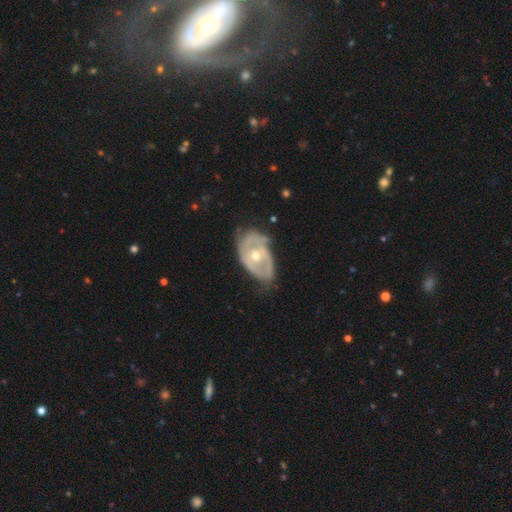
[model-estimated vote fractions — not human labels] Smooth or featured? Predicted: featured or disk (p=0.78). Edge-on disk? Predicted: no (p=0.94). Bar? Predicted: no (p=0.72). Spiral arms? Predicted: yes (p=0.70). Spiral winding? Predicted: tight (p=0.55). Spiral arm count? Predicted: 2 (p=0.41). Bulge size? Predicted: moderate (p=0.66). Merging? Predicted: none (p=0.52).